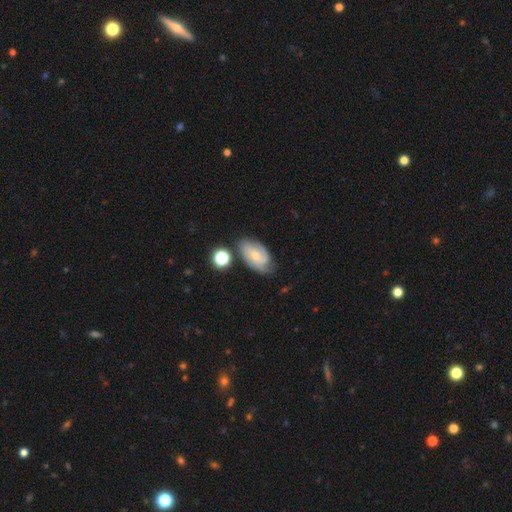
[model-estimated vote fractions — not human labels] This appears to be a featured or disk galaxy (59%) with no bar (62%), spiral arms (88%) and a small central bulge (63%). Merging: none (61%).